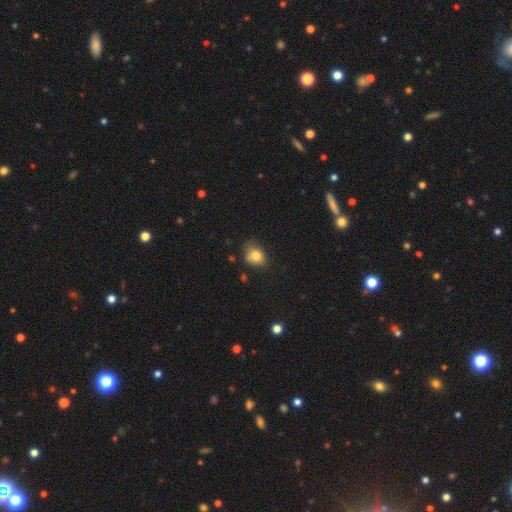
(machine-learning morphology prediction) smooth 79%, featured or disk 11%, star or artifact 10%. Down the decision tree: how rounded — in between (58%); merging — none (59%).